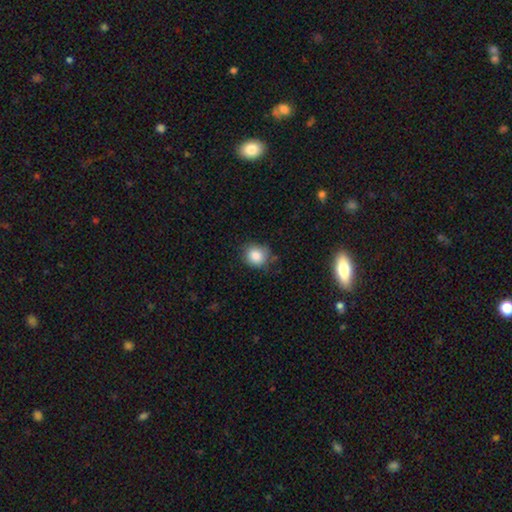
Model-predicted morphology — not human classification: smooth_or_featured: smooth (p=0.85) [alt: star or artifact p=0.09]
how_rounded: round (p=0.75) [alt: in between p=0.24]
merging: none (p=0.74) [alt: minor disturbance p=0.20]